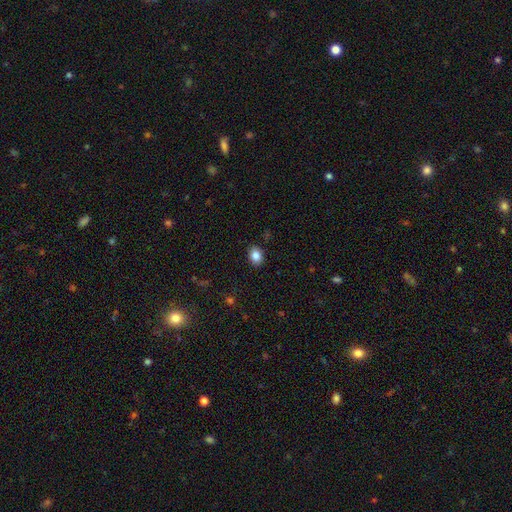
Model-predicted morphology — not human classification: A smooth galaxy with no disk features (85%) that is in between round and cigar-shaped (60%).

Vote fractions:
- Smooth or featured? smooth: 85% / star or artifact: 10% / featured or disk: 5%
- How rounded? in between: 60% / round: 39% / cigar-shaped: 1%
- Merging? none: 88% / minor disturbance: 9% / major disturbance: 2% / merger: 1%